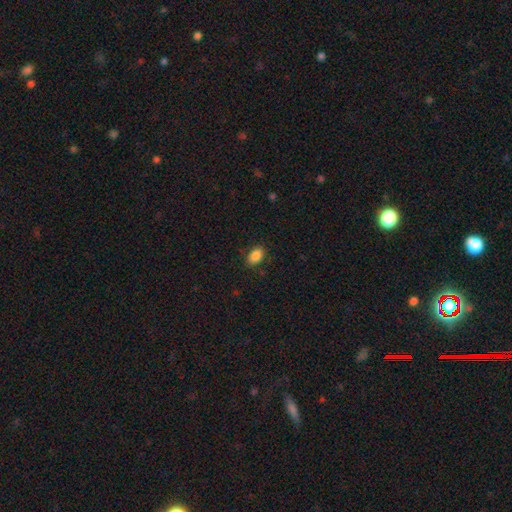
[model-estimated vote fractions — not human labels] Morphology: type=smooth (88%); roundness=in between (90%); merging=none (87%).